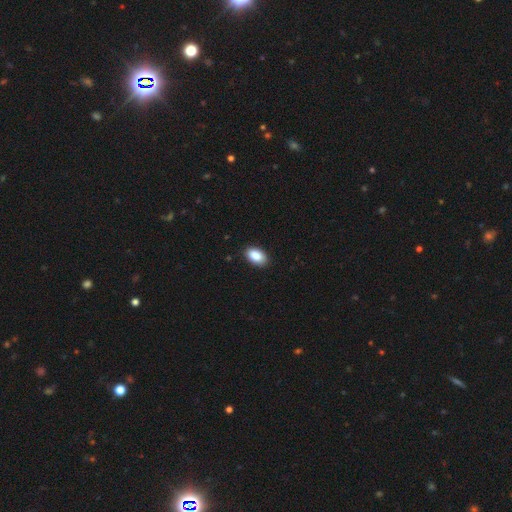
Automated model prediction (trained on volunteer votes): Overall: smooth (89%). How rounded: in between (93%). Merging: none (89%).